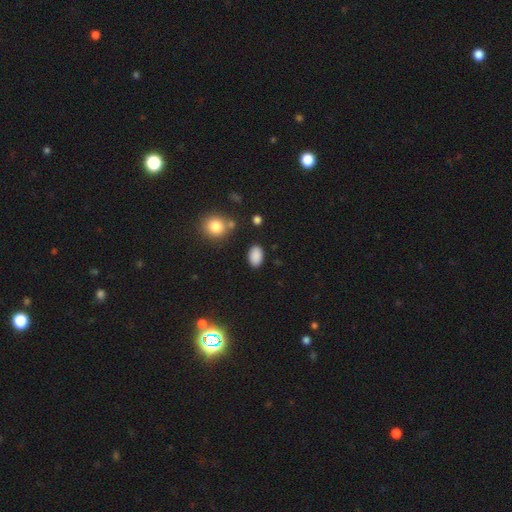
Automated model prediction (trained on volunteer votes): A smooth galaxy with no disk features (87%) that is in between round and cigar-shaped (90%). Merging: none (85%).